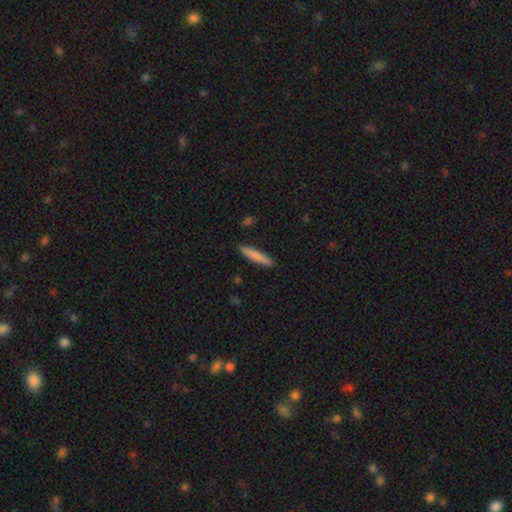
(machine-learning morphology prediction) type=smooth (82%); roundness=cigar-shaped (90%); merging=none (90%).